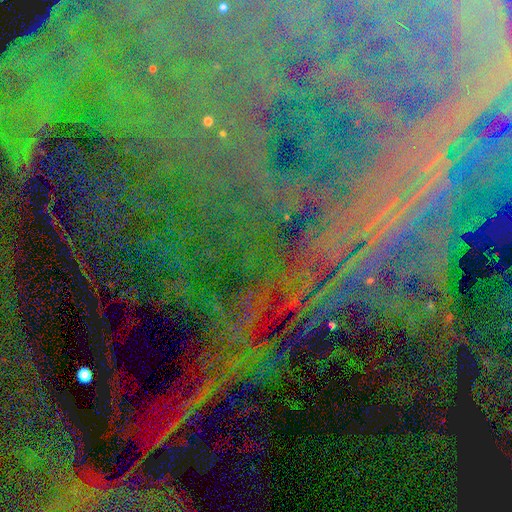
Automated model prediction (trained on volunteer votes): star or artifact 75%, featured or disk 15%, smooth 10%.